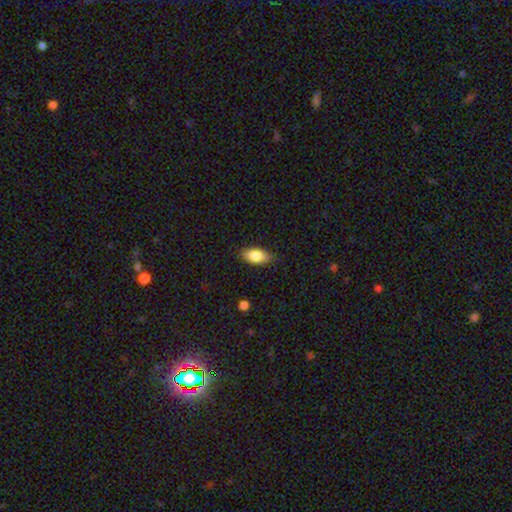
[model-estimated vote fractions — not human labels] smooth_or_featured: smooth (p=0.83) [alt: featured or disk p=0.10]
how_rounded: in between (p=0.91) [alt: cigar-shaped p=0.05]
merging: none (p=0.81) [alt: minor disturbance p=0.16]